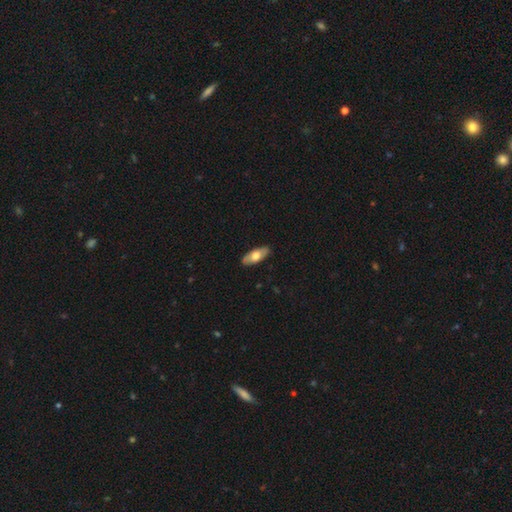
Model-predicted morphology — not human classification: smooth 61%, featured or disk 34%, star or artifact 5%. Down the decision tree: how rounded — in between (80%); merging — none (87%).